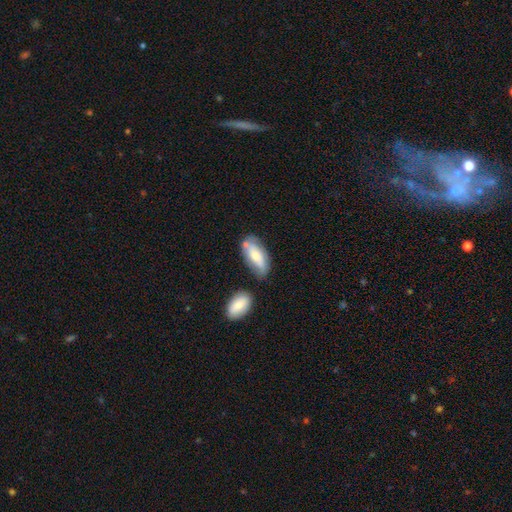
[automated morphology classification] smooth 64%, featured or disk 29%, star or artifact 6%. Down the decision tree: how rounded — in between (80%); merging — none (56%).